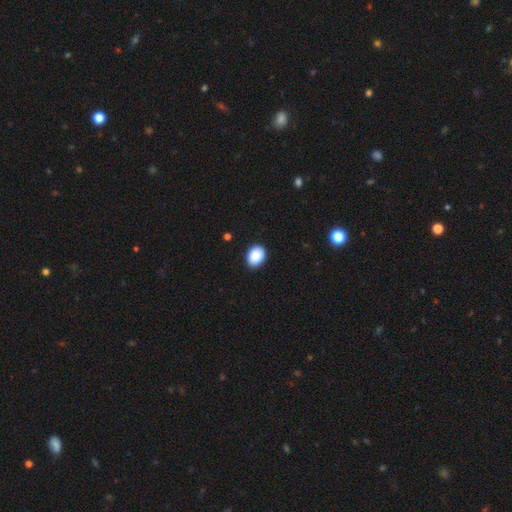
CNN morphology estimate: This appears to be a smooth galaxy with no disk features (89%) that is in between round and cigar-shaped (64%). Merging: none (87%).